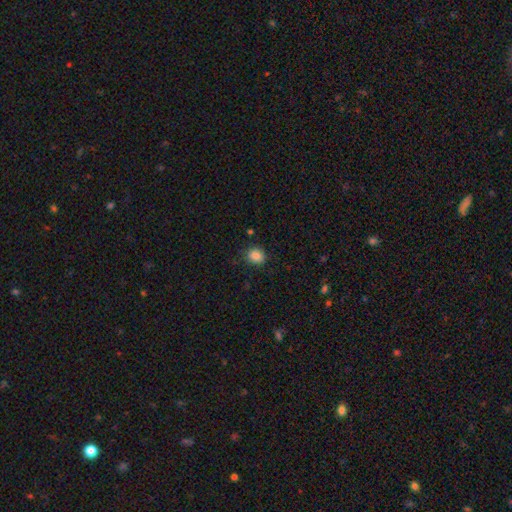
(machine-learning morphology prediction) This is clearly a smooth galaxy (86%). How rounded: likely round (71%). Merging: clearly none (87%).